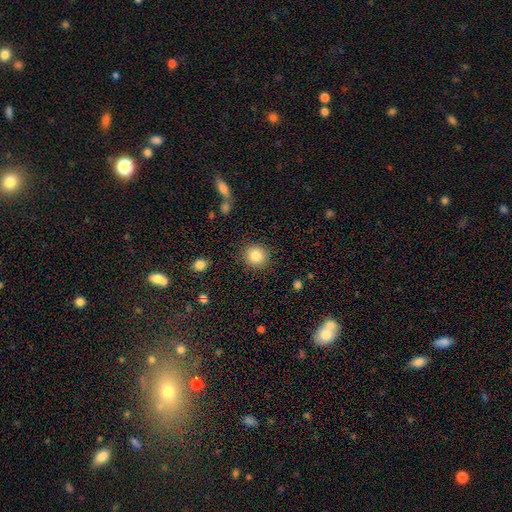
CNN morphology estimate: smooth-or-featured: smooth: 84% | star or artifact: 10% | featured or disk: 6%
  how-rounded: round: 88% | in between: 11% | cigar-shaped: 1%
  merging: none: 89% | minor disturbance: 7% | major disturbance: 3% | merger: 1%